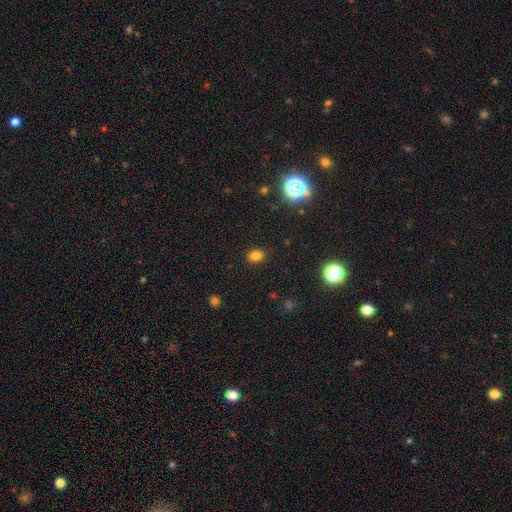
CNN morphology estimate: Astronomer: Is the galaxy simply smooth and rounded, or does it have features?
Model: smooth — 79%.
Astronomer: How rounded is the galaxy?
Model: in between — 56% (runner-up: round, 43%).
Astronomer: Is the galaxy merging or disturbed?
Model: none — 88%.